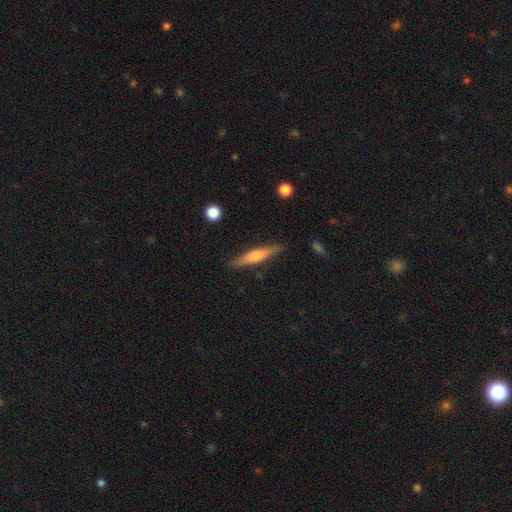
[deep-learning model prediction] The model was most divided on "smooth or featured": featured or disk: 53%, smooth: 41%, star or artifact: 6%. More confident: edge-on disk — yes (95%); merging — none (88%); edge-on bulge — rounded (77%).